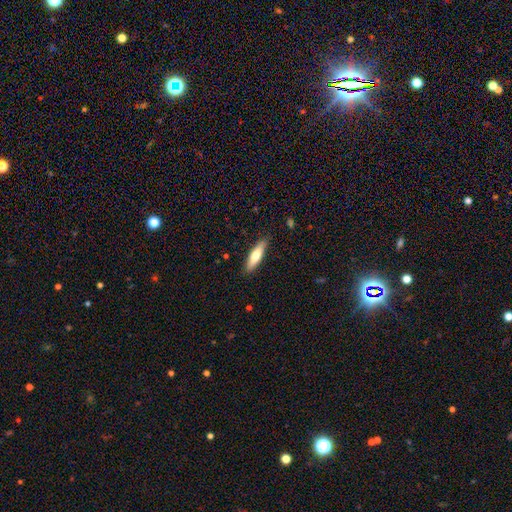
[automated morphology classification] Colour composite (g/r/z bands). It shows a smooth galaxy with no disk features (68%) that is cigar-shaped (64%). Merging: none (87%).